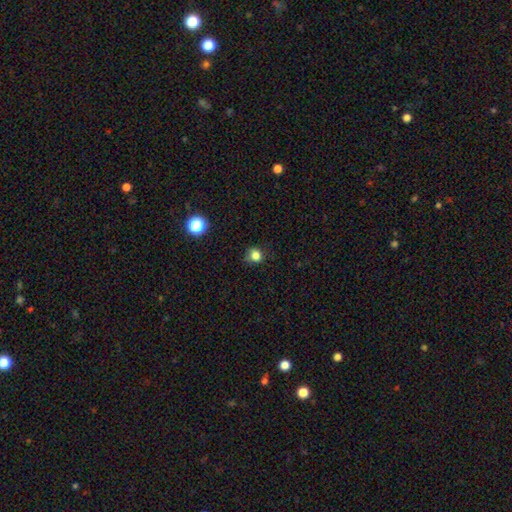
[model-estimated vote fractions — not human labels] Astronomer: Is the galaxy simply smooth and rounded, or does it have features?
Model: smooth — 81%.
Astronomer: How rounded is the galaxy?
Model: round — 83%.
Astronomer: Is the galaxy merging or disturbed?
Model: none — 74%.